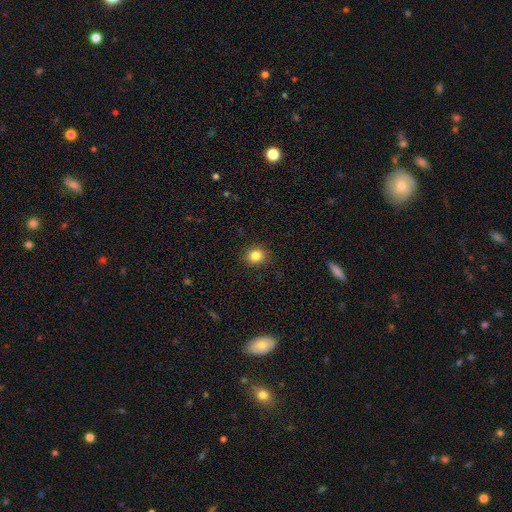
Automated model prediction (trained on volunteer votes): Smooth or featured? smooth (84%)
How rounded? round (76%)
Merging? none (90%)